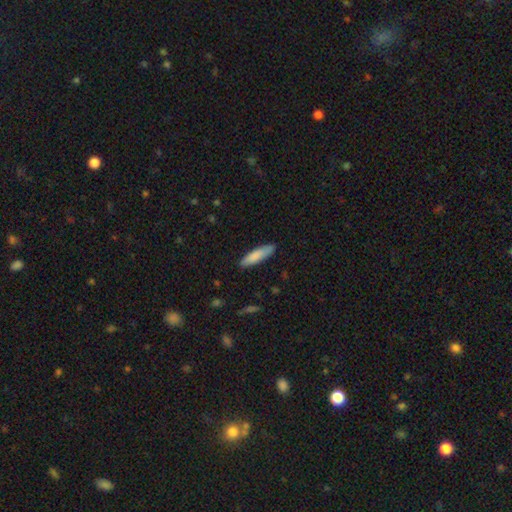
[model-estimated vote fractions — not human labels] Morphology: type=smooth (84%); roundness=cigar-shaped (72%); merging=none (86%).